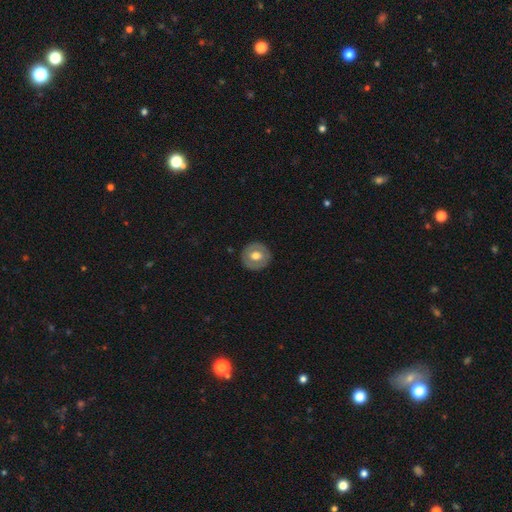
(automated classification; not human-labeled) Smooth or featured? smooth (56%)
How rounded? round (90%)
Merging? none (89%)